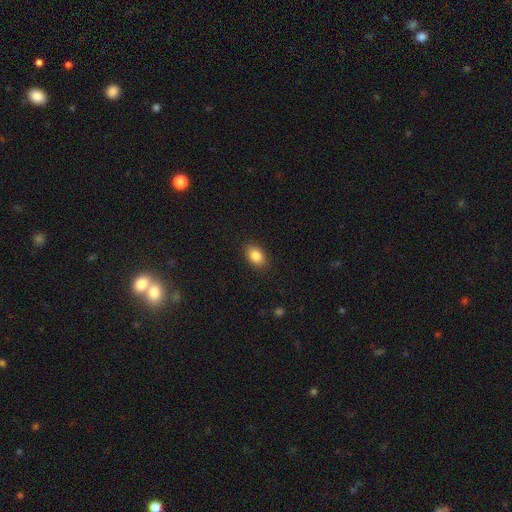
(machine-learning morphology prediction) type=smooth (87%); roundness=in between (84%); merging=none (88%).